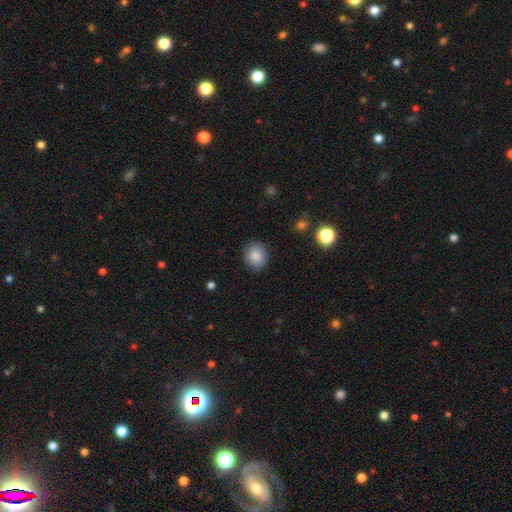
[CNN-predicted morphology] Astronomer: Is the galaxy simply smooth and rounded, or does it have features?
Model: smooth — 86%.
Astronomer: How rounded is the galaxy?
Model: round — 71%.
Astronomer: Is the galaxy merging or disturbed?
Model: none — 87%.